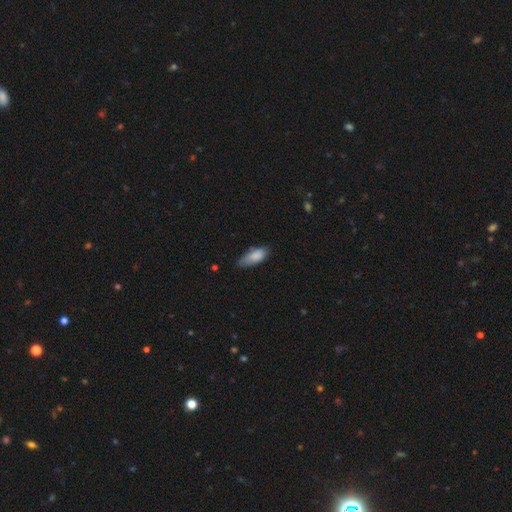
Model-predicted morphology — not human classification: Smooth or featured?
  - smooth: 84% *
  - featured or disk: 9%
  - star or artifact: 6%
How rounded?
  - in between: 82% *
  - cigar-shaped: 16%
  - round: 2%
Merging?
  - none: 57% *
  - minor disturbance: 35%
  - major disturbance: 6%
  - merger: 2%